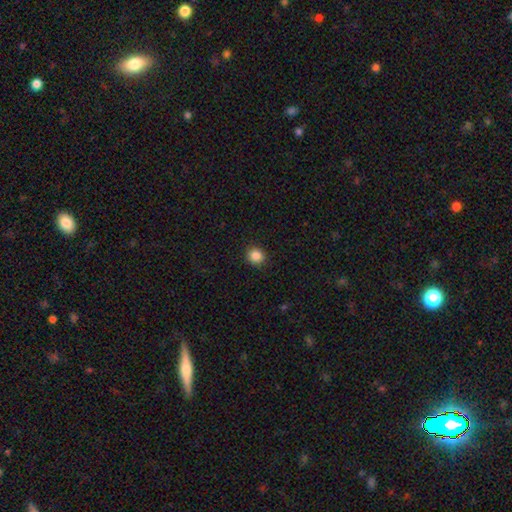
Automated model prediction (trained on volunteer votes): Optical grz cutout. It shows a smooth galaxy with no disk features (87%) that is round (88%). Merging: none (91%).